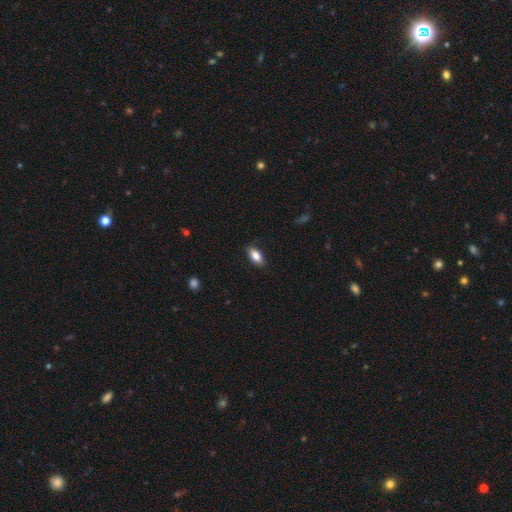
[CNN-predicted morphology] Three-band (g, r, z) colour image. It shows a smooth galaxy with no disk features (86%) that is in between round and cigar-shaped (90%). Merging: none (86%).